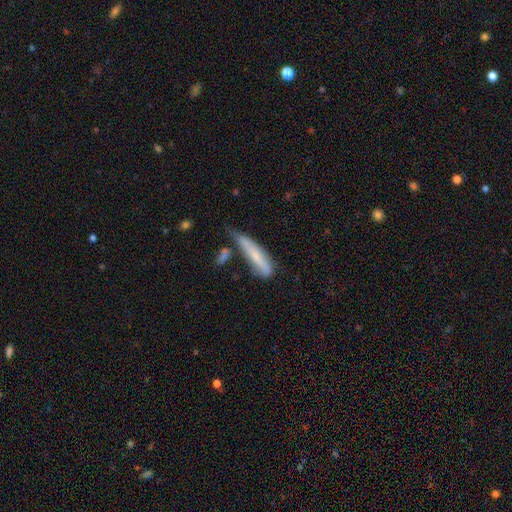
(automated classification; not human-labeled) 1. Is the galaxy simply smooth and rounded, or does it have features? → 61% smooth, 32% featured or disk, 7% star or artifact.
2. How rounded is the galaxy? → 82% cigar-shaped, 17% in between, 2% round.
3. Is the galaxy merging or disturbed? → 39% none, 33% minor disturbance, 15% major disturbance, 14% merger.